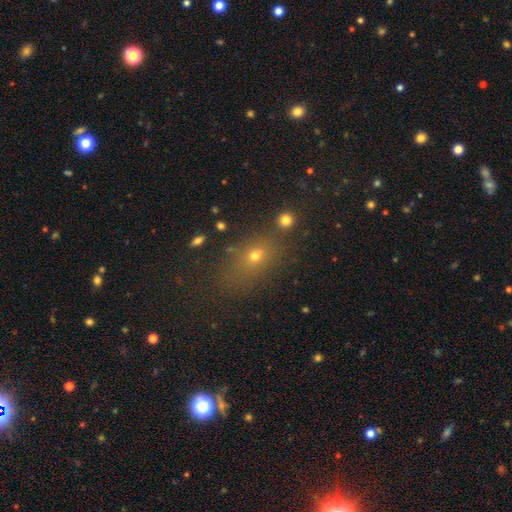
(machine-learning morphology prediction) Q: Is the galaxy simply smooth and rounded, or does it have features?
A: smooth — 55%.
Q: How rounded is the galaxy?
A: in between — 49%.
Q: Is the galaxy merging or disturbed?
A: none — 73%.